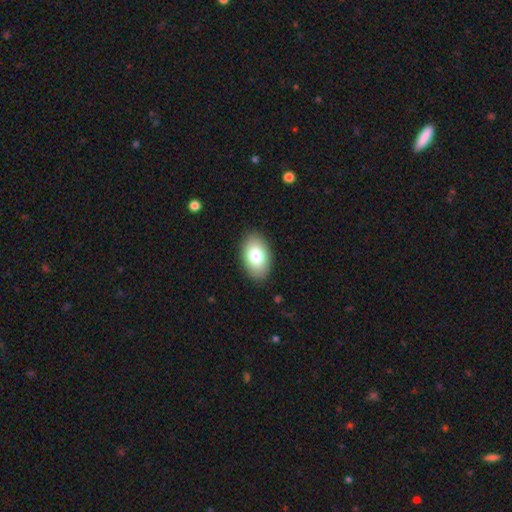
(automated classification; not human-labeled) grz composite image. It shows a smooth galaxy with no disk features (78%) that is in between round and cigar-shaped (92%). Merging: none (88%).